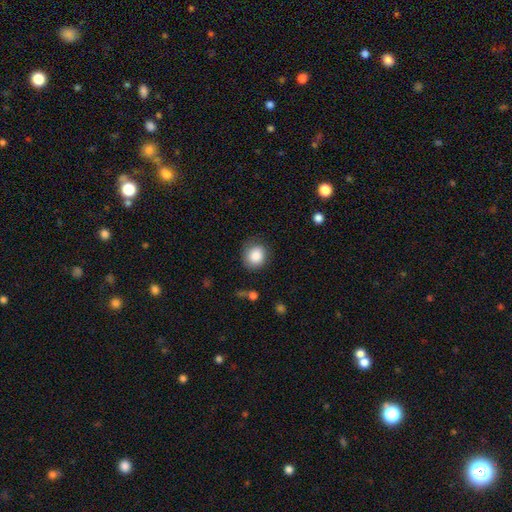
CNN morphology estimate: A smooth galaxy with no disk features (87%) that is round (81%). Merging: none (79%).